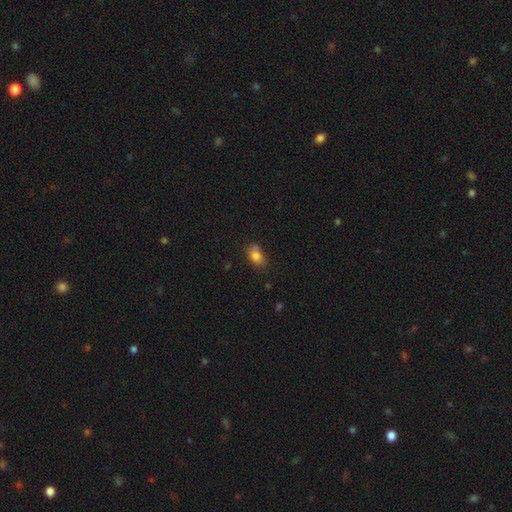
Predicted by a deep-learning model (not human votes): This is clearly a smooth galaxy (81%). How rounded: likely in between (77%). Merging: possibly none (59%).